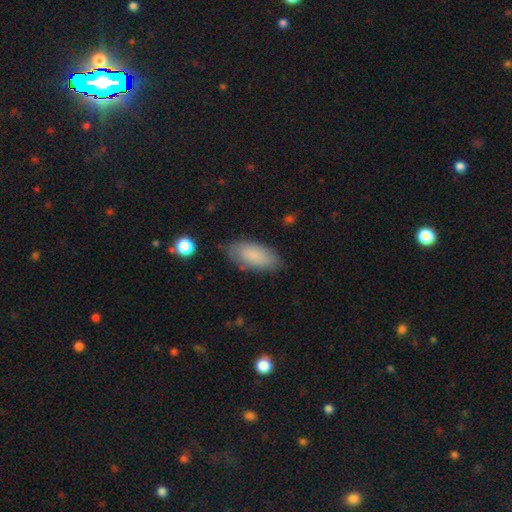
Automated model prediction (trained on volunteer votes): Morphology: type=smooth (85%); roundness=in between (90%); merging=none (78%).